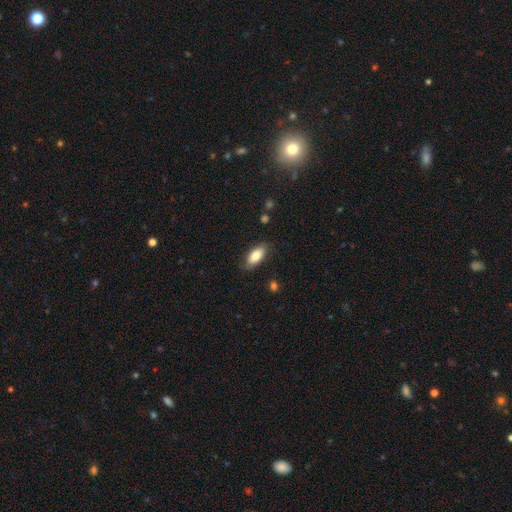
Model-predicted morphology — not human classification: A smooth galaxy with no disk features (81%) that is in between round and cigar-shaped (88%). Merging: none (83%).